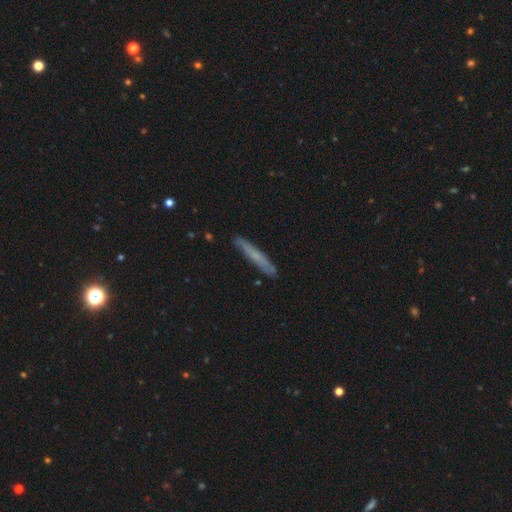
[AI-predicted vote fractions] Overall: smooth (58%; featured or disk 35%). How rounded: cigar-shaped (95%). Merging: none (86%).